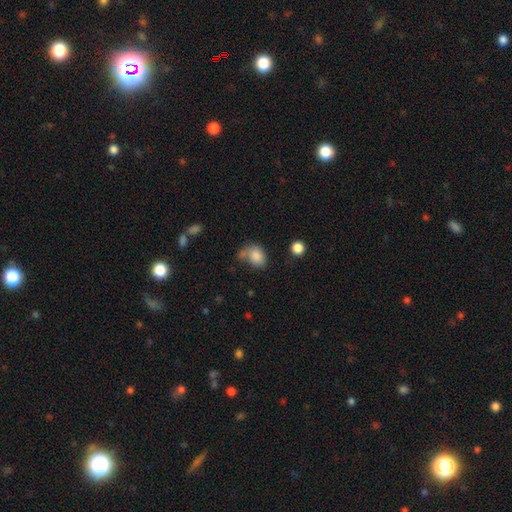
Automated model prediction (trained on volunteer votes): Smooth or featured: smooth — 83% (star or artifact — 9%)
How rounded: in between — 66% (round — 33%)
Merging: none — 46% (minor disturbance — 22%)